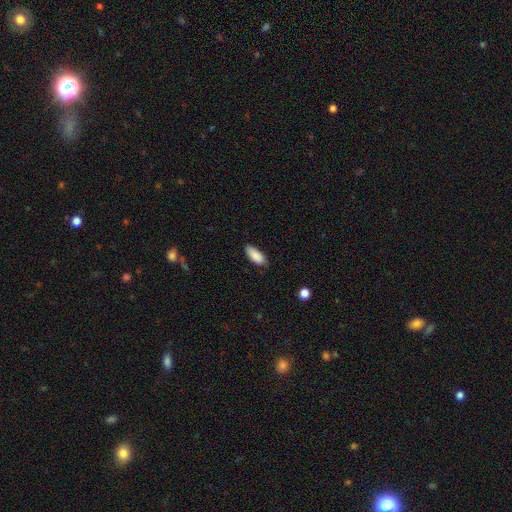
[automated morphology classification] The model was most divided on "merging": none: 77%, minor disturbance: 19%, major disturbance: 3%, merger: 1%. More confident: smooth or featured — smooth (88%); how rounded — in between (83%).